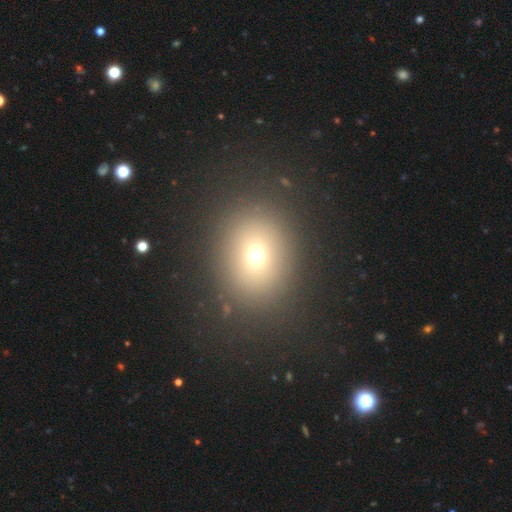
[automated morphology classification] smooth-or-featured: smooth: 69% | star or artifact: 19% | featured or disk: 12%
  how-rounded: round: 62% | in between: 36% | cigar-shaped: 1%
  merging: none: 86% | minor disturbance: 7% | major disturbance: 5% | merger: 2%